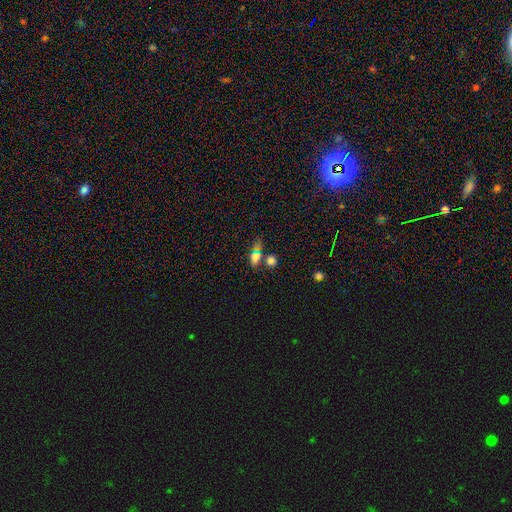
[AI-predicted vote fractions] smooth 69%, star or artifact 18%, featured or disk 13%. Down the decision tree: how rounded — in between (61%); merging — none (58%).